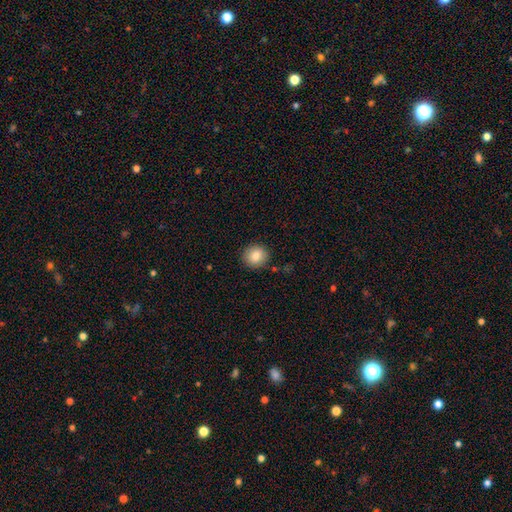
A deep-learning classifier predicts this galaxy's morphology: smooth_or_featured: smooth (p=0.83) [alt: star or artifact p=0.09]
how_rounded: round (p=0.89) [alt: in between p=0.10]
merging: none (p=0.88) [alt: minor disturbance p=0.08]